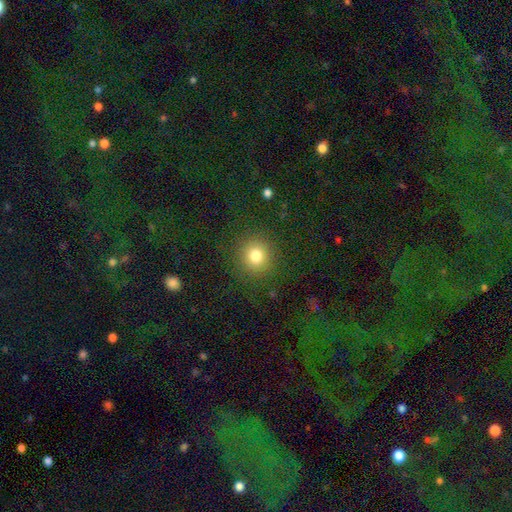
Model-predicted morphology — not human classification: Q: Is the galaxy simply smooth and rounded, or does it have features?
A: smooth — 80%.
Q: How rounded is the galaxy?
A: round — 90%.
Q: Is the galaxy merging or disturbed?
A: none — 89%.